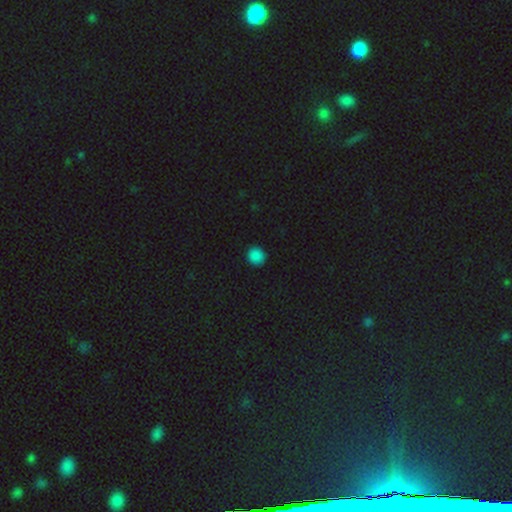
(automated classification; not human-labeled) Q: Smooth or featured?
A: smooth (86%); runner-up: star or artifact (12%)
Q: How rounded?
A: round (92%); runner-up: in between (7%)
Q: Merging?
A: none (92%); runner-up: minor disturbance (5%)